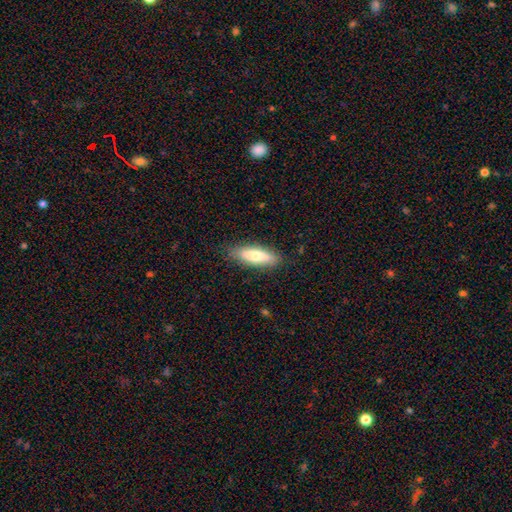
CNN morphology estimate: Smooth or featured: smooth — 69% (featured or disk — 25%)
How rounded: cigar-shaped — 49% (tied with in between — 49%)
Merging: none — 85% (minor disturbance — 12%)